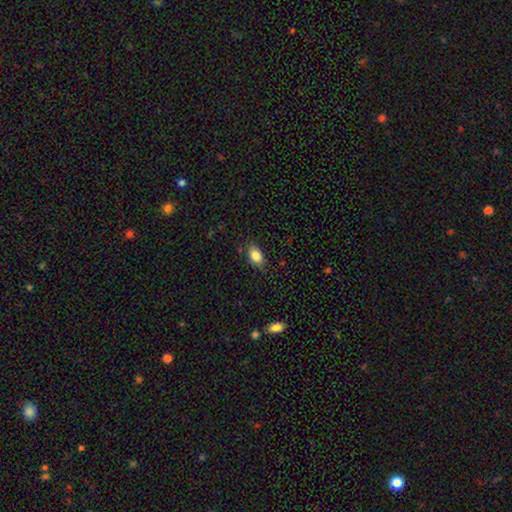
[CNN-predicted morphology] Smooth or featured: smooth — 85% (star or artifact — 8%)
How rounded: in between — 87% (round — 11%)
Merging: none — 85% (minor disturbance — 11%)